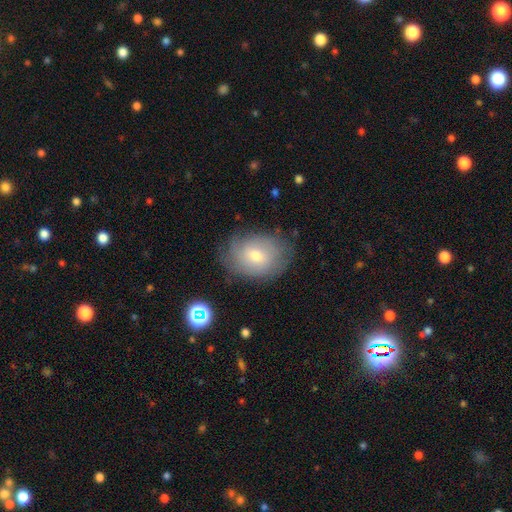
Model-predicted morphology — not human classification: The model was most divided on "smooth or featured": smooth: 54%, featured or disk: 34%, star or artifact: 12%. More confident: merging — none (72%); how rounded — in between (67%).